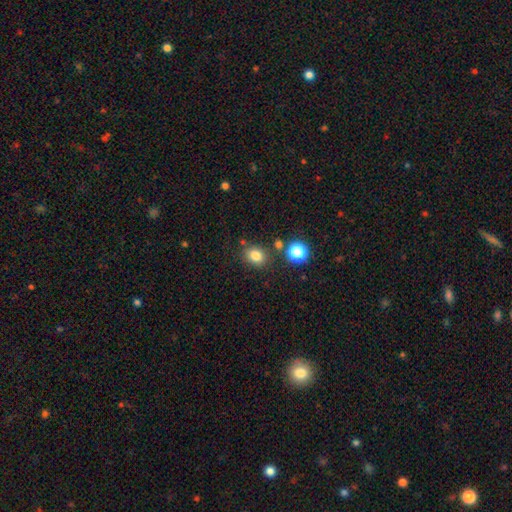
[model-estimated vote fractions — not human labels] Smooth or featured: smooth — 81% (star or artifact — 13%)
How rounded: round — 55% (in between — 44%)
Merging: none — 78% (minor disturbance — 11%)